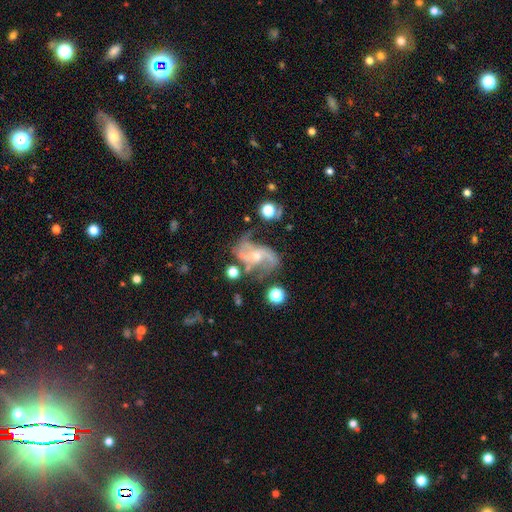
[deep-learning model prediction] Smooth or featured? Predicted: featured or disk (p=0.85). Edge-on disk? Predicted: no (p=0.97). Bar? Predicted: no (p=0.52). Spiral arms? Predicted: yes (p=0.94). Spiral winding? Predicted: loose (p=0.54). Spiral arm count? Predicted: 2 (p=0.73). Bulge size? Predicted: small (p=0.61). Merging? Predicted: none (p=0.48).